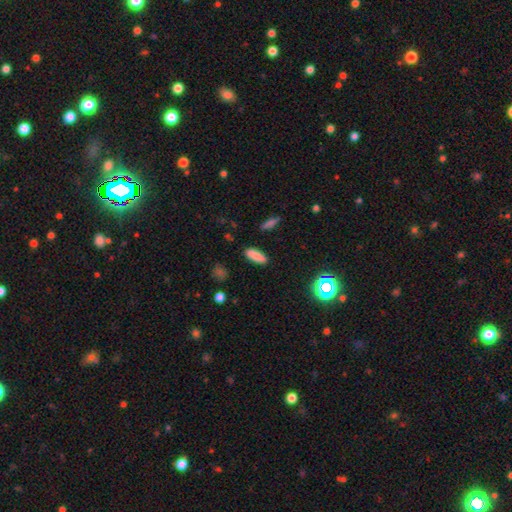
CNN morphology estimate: type=smooth (84%); roundness=in between (69%); merging=none (87%).